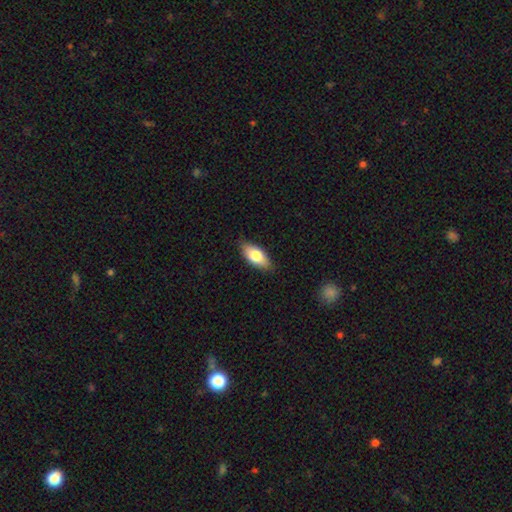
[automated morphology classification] A smooth galaxy with no disk features (76%) that is in between round and cigar-shaped (86%).

Vote fractions:
- Smooth or featured? smooth: 76% / featured or disk: 18% / star or artifact: 6%
- How rounded? in between: 86% / cigar-shaped: 11% / round: 3%
- Merging? none: 85% / minor disturbance: 12% / major disturbance: 2% / merger: 1%